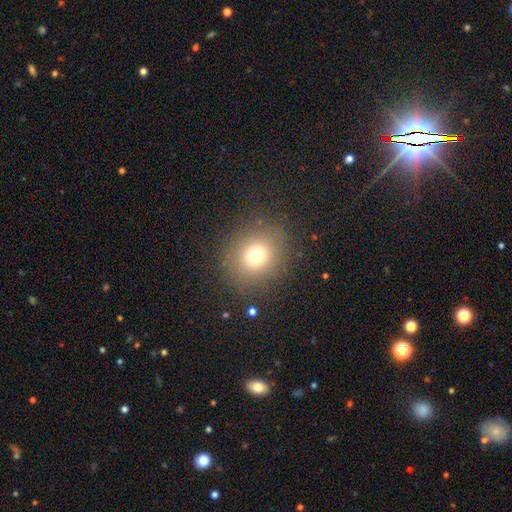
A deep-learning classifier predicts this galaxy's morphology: A smooth galaxy with no disk features (72%) that is round (82%).

Vote fractions:
- Smooth or featured? smooth: 72% / star or artifact: 18% / featured or disk: 10%
- How rounded? round: 82% / in between: 17% / cigar-shaped: 1%
- Merging? none: 86% / minor disturbance: 8% / major disturbance: 5% / merger: 1%